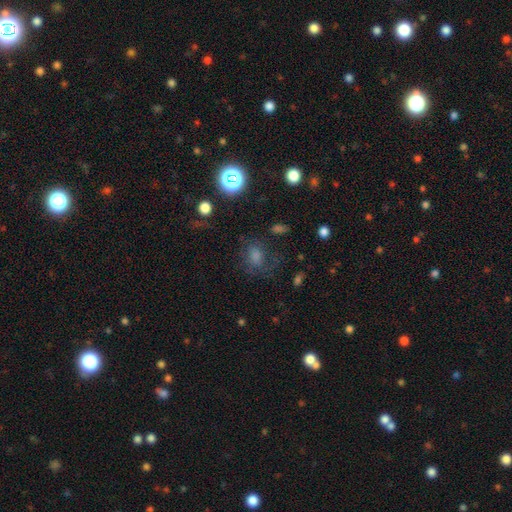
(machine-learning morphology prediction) This appears to be a smooth galaxy with no disk features (49%). Merging: none (62%).